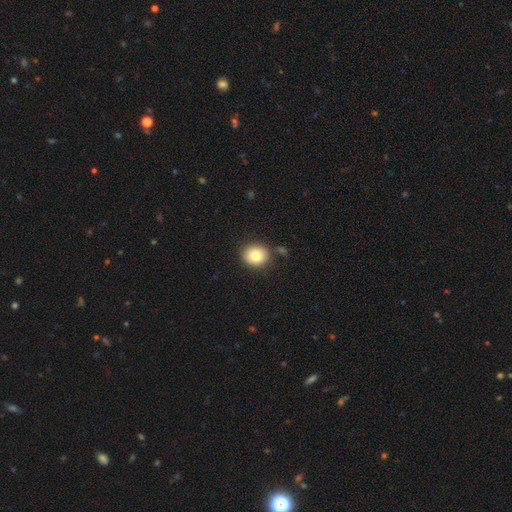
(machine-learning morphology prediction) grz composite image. It shows a smooth galaxy with no disk features (79%) that is round (77%). Merging: none (83%).